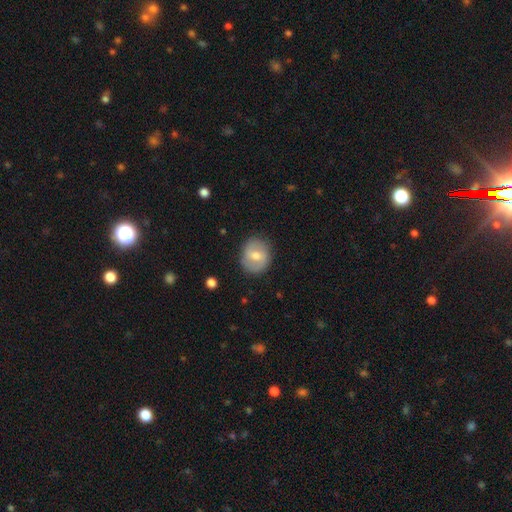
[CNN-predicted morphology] This appears to be a smooth galaxy with no disk features (55%) that is round (70%). Merging: none (84%).